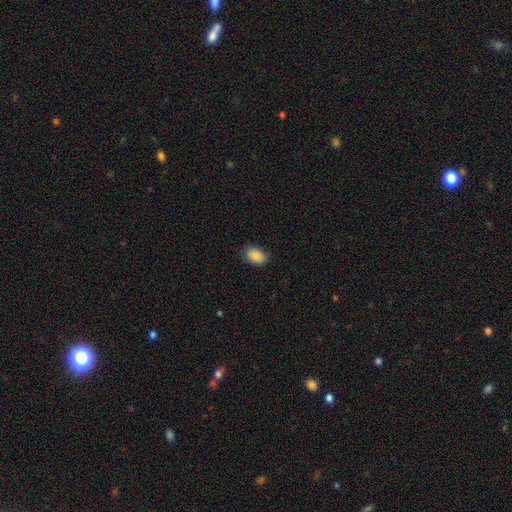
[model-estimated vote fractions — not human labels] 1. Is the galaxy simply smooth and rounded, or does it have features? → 89% smooth, 7% star or artifact, 4% featured or disk.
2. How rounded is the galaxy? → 86% in between, 13% round, 1% cigar-shaped.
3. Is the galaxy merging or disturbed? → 83% none, 13% minor disturbance, 3% major disturbance, 1% merger.